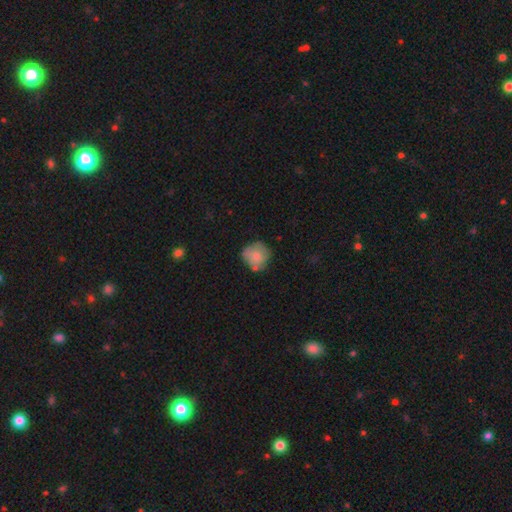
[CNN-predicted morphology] smooth-or-featured: smooth: 74% | featured or disk: 18% | star or artifact: 7%
  how-rounded: round: 87% | in between: 12% | cigar-shaped: 1%
  merging: none: 61% | minor disturbance: 25% | merger: 7% | major disturbance: 7%